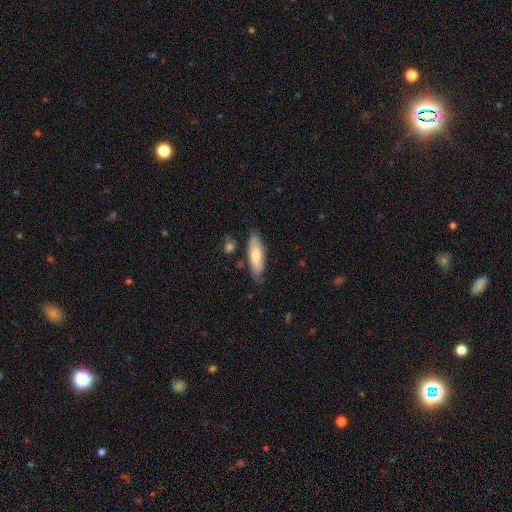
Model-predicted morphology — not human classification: Smooth or featured? smooth (71%)
How rounded? in between (55%)
Merging? none (74%)